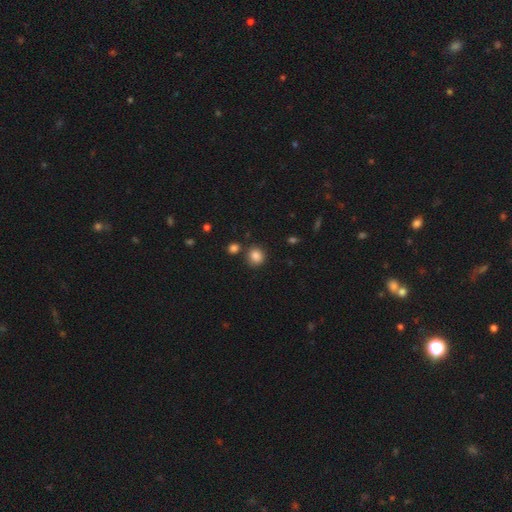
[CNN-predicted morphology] Smooth or featured? smooth (85%)
How rounded? round (83%)
Merging? none (80%)